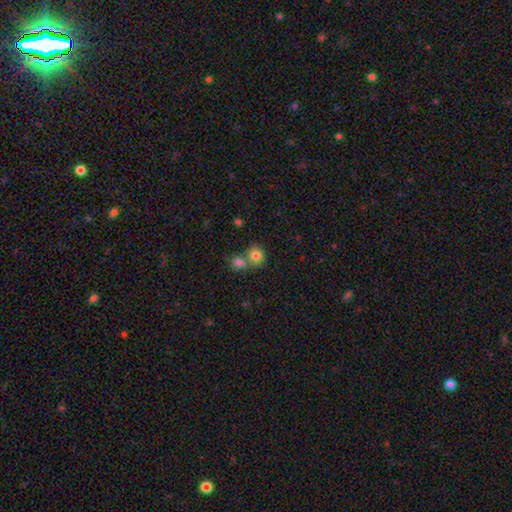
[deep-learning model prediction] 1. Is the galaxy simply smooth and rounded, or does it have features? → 80% smooth, 12% star or artifact, 8% featured or disk.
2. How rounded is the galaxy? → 83% round, 16% in between, 1% cigar-shaped.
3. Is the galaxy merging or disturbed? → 46% merger, 45% none, 7% minor disturbance, 2% major disturbance.